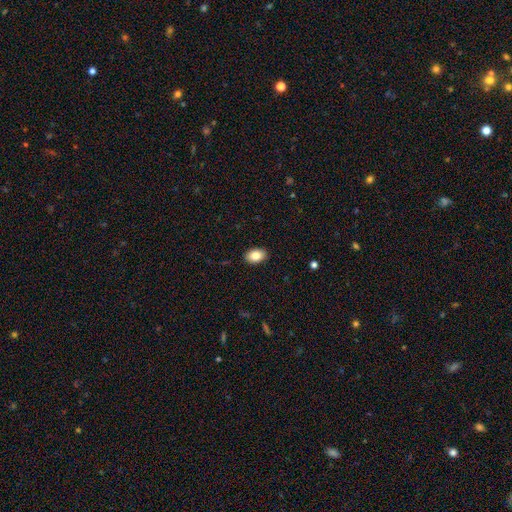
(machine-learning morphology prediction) type=smooth (84%); roundness=in between (85%); merging=none (90%).